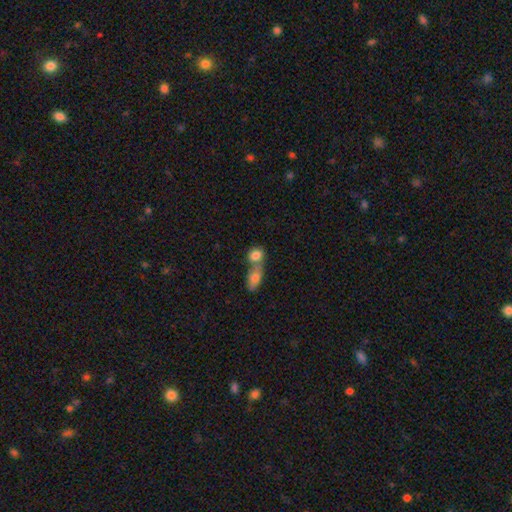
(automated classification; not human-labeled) Morphology: type=smooth (82%); roundness=round (50%); merging=merger (63%).